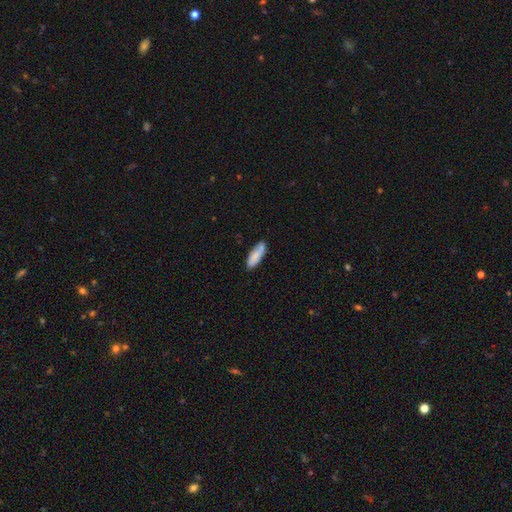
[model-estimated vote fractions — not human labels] smooth_or_featured: smooth (p=0.81) [alt: featured or disk p=0.13]
how_rounded: in between (p=0.58) [alt: cigar-shaped p=0.40]
merging: none (p=0.72) [alt: minor disturbance p=0.19]